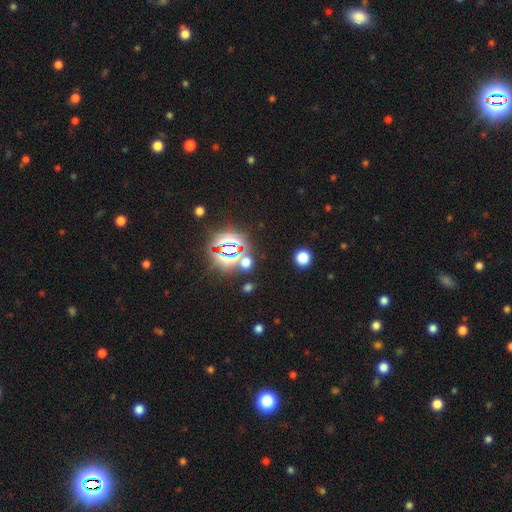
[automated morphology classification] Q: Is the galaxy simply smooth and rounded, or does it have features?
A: star or artifact — 83%.